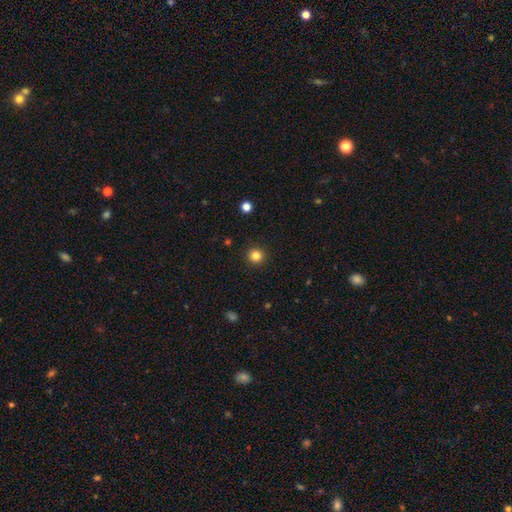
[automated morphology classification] Overall: smooth (84%). How rounded: round (95%). Merging: none (92%).